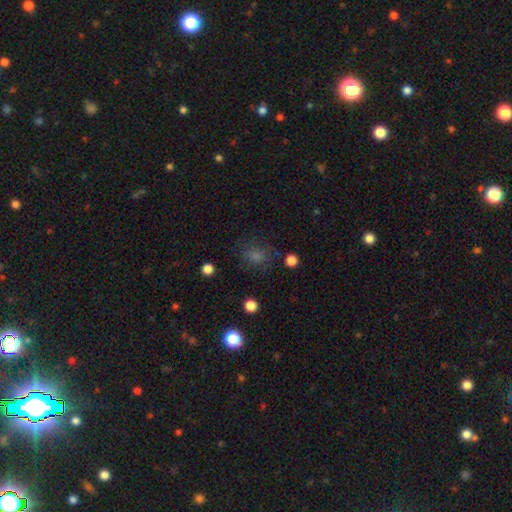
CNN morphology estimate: The model was most divided on "how rounded": round: 61%, in between: 38%, cigar-shaped: 2%. More confident: merging — none (76%); smooth or featured — smooth (60%).